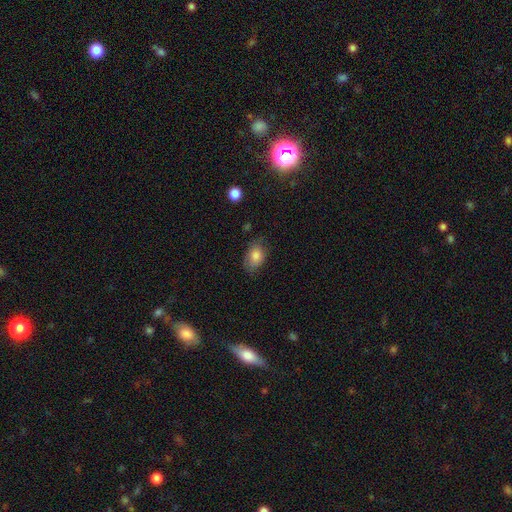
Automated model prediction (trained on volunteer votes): This appears to be a smooth galaxy with no disk features (83%) that is in between round and cigar-shaped (85%). Merging: none (69%).